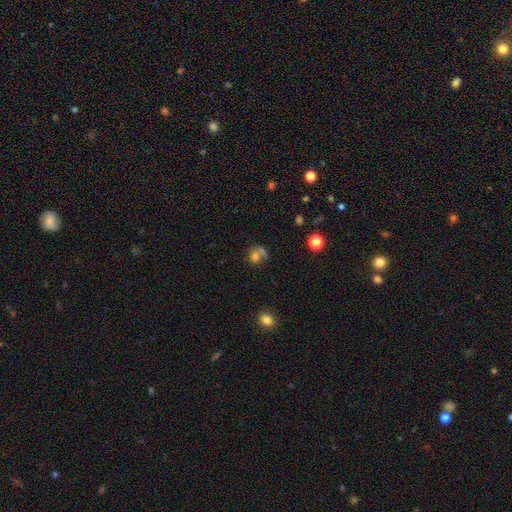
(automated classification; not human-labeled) A smooth galaxy with no disk features (67%) that is round (69%). Merging: merger (44%).